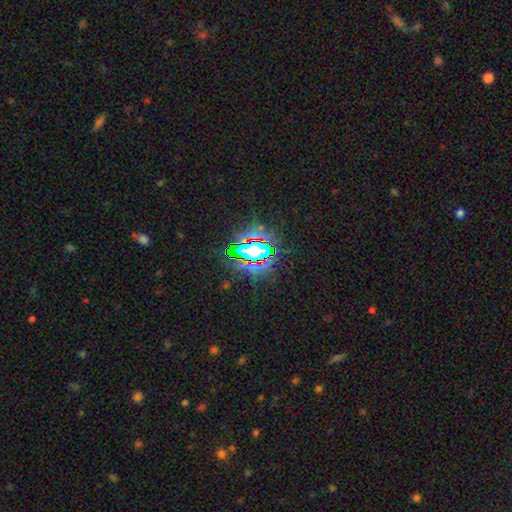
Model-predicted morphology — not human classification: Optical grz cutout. It shows a star or artifact, not a galaxy (83%).